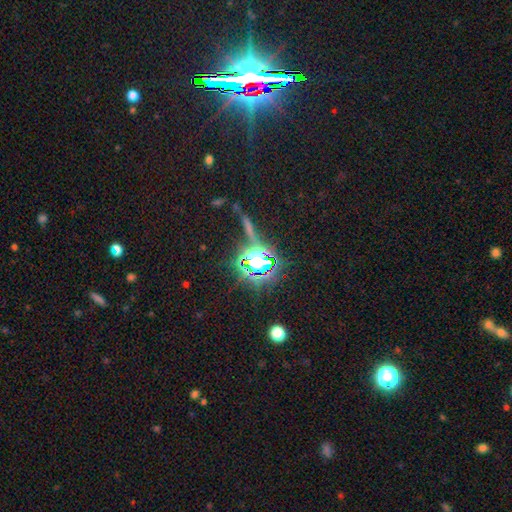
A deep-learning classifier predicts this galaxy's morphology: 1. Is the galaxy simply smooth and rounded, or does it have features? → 84% star or artifact, 9% smooth, 7% featured or disk.